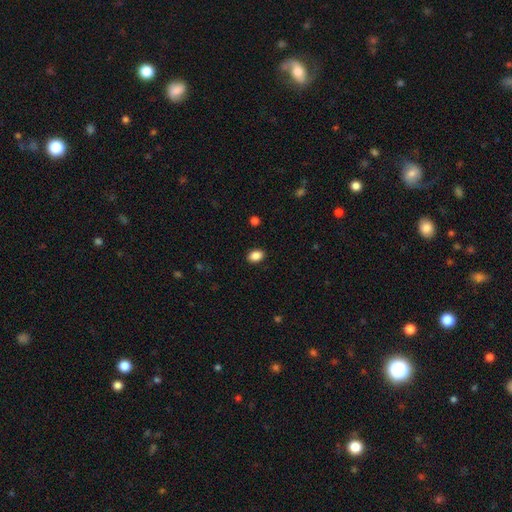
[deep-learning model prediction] Q: Smooth or featured?
A: smooth (88%); runner-up: star or artifact (8%)
Q: How rounded?
A: in between (77%); runner-up: round (22%)
Q: Merging?
A: none (90%); runner-up: minor disturbance (7%)